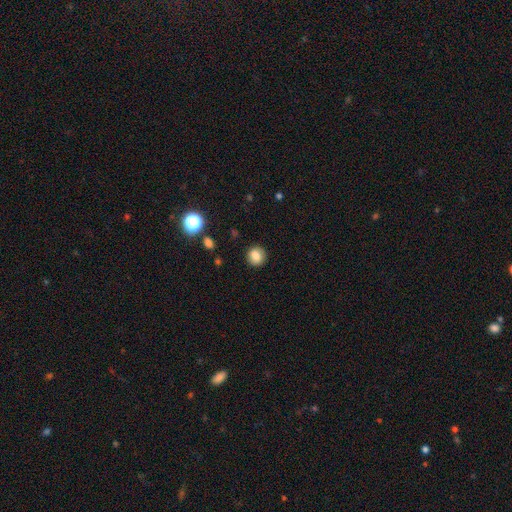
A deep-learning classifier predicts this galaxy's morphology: smooth_or_featured: smooth (p=0.83) [alt: star or artifact p=0.10]
how_rounded: round (p=0.85) [alt: in between p=0.14]
merging: none (p=0.89) [alt: minor disturbance p=0.07]